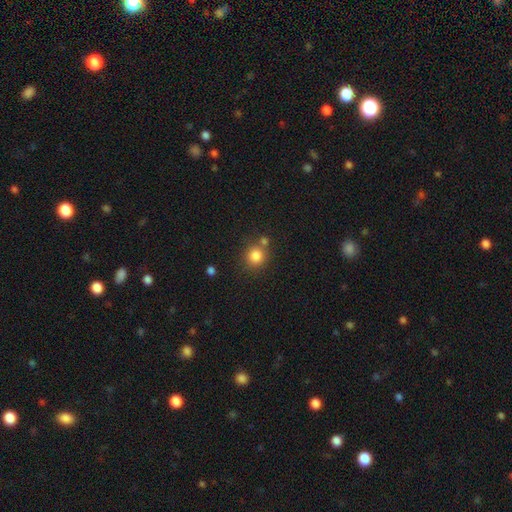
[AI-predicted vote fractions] Overall: smooth (82%). How rounded: round (86%). Merging: none (68%).